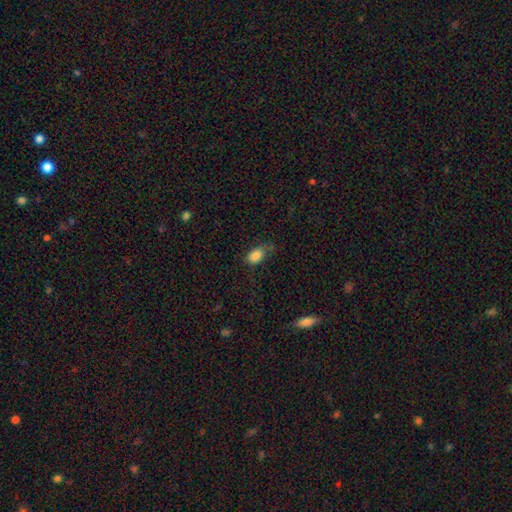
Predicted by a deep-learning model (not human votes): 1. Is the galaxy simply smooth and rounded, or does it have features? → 86% smooth, 9% star or artifact, 6% featured or disk.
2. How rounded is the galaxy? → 89% in between, 9% round, 3% cigar-shaped.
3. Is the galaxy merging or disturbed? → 56% none, 31% minor disturbance, 11% major disturbance, 2% merger.